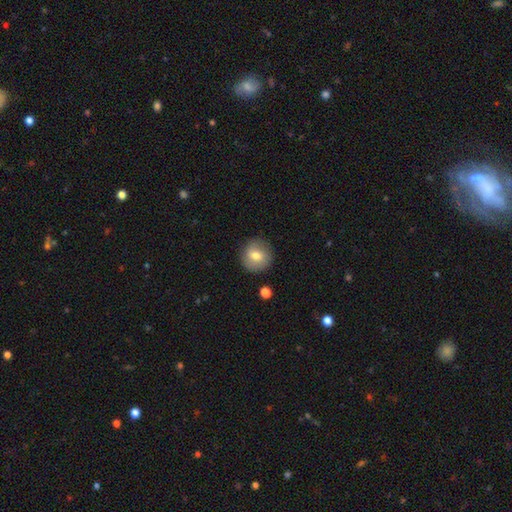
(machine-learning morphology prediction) smooth-or-featured: smooth: 70% | featured or disk: 21% | star or artifact: 8%
  how-rounded: round: 92% | in between: 7% | cigar-shaped: 1%
  merging: none: 86% | minor disturbance: 9% | major disturbance: 3% | merger: 2%